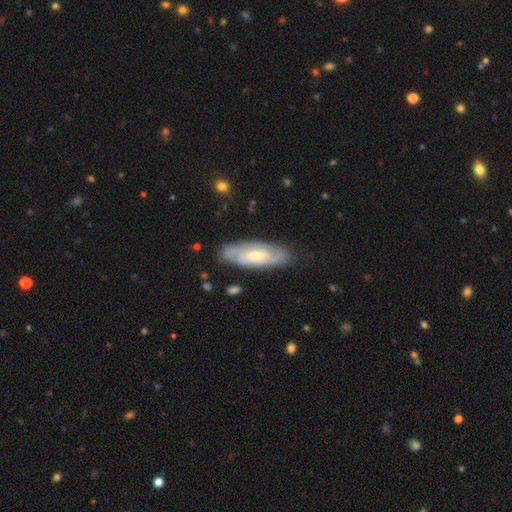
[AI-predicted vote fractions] This appears to be a featured or disk galaxy (64%) with no bar (44%), spiral arms (85%) and a moderate central bulge (47%). Merging: none (79%).